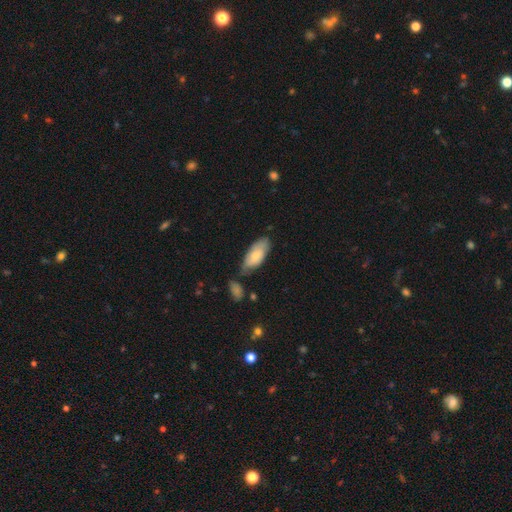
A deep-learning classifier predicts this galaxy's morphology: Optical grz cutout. It shows a smooth galaxy with no disk features (72%) that is in between round and cigar-shaped (86%). Merging: none (59%).